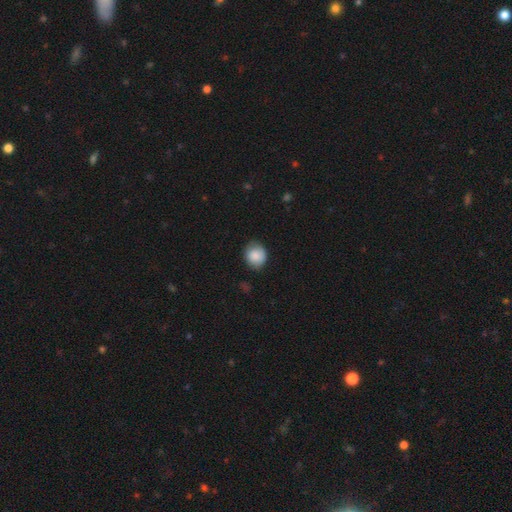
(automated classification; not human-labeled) This is clearly a smooth galaxy (86%). How rounded: likely round (77%). Merging: likely none (74%).